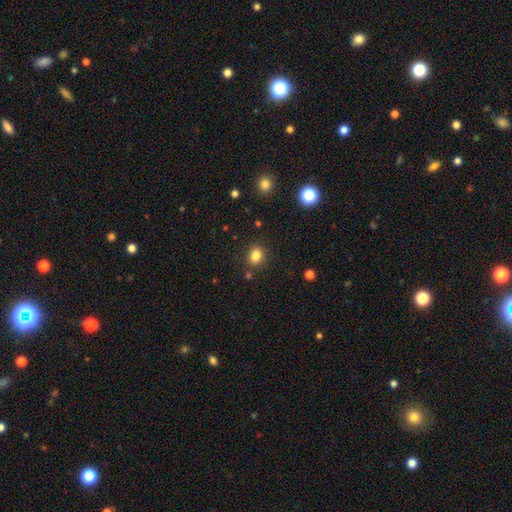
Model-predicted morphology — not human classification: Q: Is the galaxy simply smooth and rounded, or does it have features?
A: smooth — 83%.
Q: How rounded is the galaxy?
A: round — 64%.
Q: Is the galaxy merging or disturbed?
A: none — 85%.